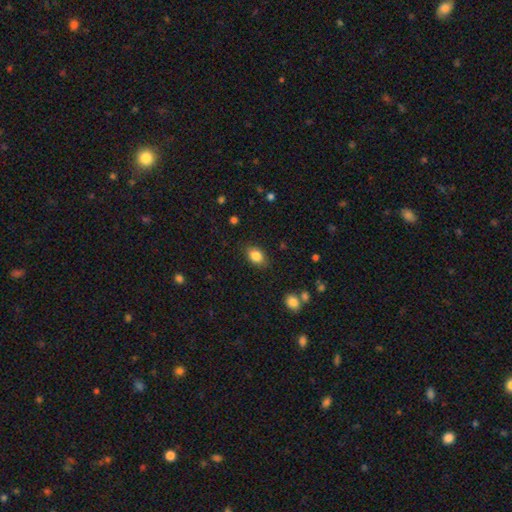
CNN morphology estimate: type=smooth (85%); roundness=in between (76%); merging=none (83%).